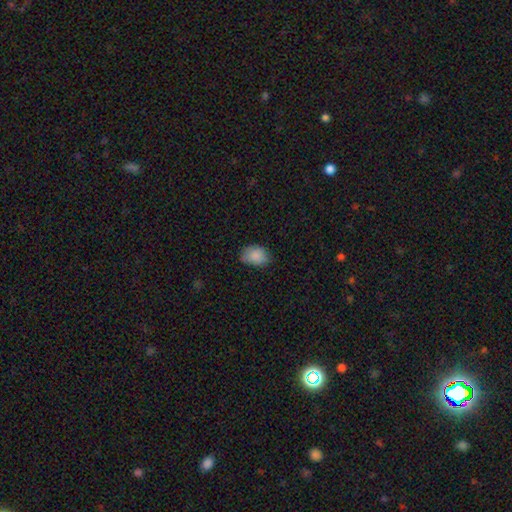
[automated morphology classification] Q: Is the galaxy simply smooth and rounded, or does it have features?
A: smooth — 87%.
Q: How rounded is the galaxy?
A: in between — 75%.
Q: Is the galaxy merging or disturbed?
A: none — 69%.